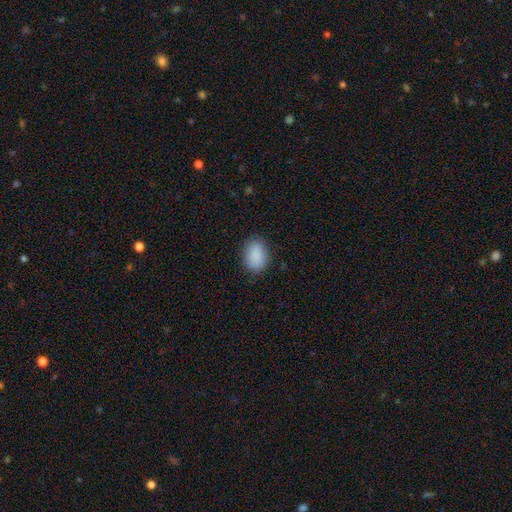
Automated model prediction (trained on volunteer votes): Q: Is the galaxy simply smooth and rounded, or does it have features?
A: smooth — 89%.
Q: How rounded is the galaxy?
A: in between — 71%.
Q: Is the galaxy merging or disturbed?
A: none — 83%.